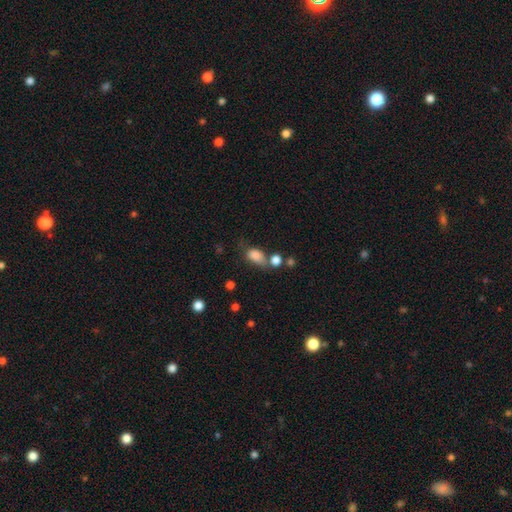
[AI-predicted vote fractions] This appears to be a smooth galaxy with no disk features (82%) that is in between round and cigar-shaped (81%). Merging: none (42%).